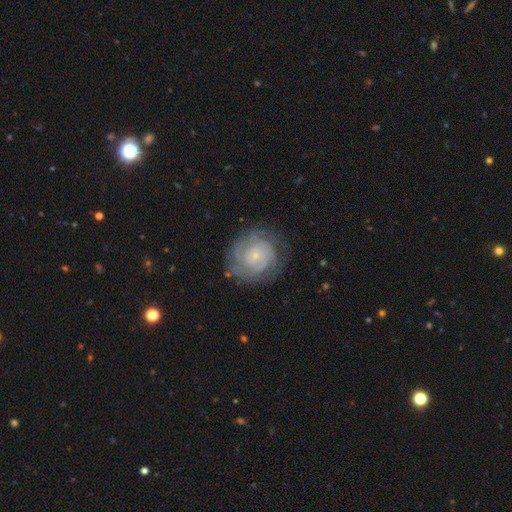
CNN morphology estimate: Smooth or featured: featured or disk — 78% (smooth — 15%)
Edge-on disk: no — 98% (yes — 2%)
Bar: no — 77% (weak — 19%)
Spiral arms: yes — 94% (no — 6%)
Spiral winding: tight — 71% (medium — 23%)
Spiral arm count: can't tell — 36% (3 — 20%)
Bulge size: small — 81% (moderate — 12%)
Merging: none — 77% (minor disturbance — 15%)